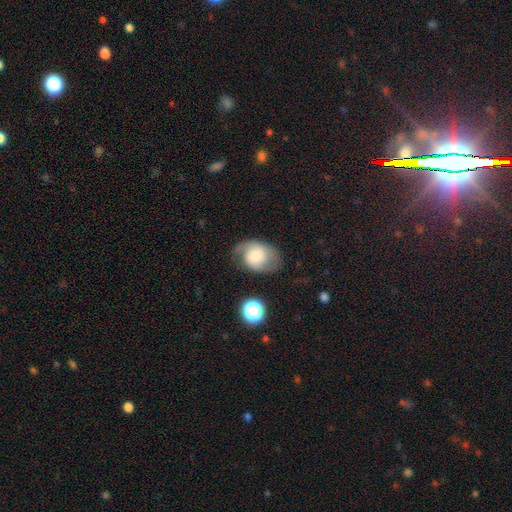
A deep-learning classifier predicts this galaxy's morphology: smooth_or_featured: featured or disk (p=0.53) [alt: smooth p=0.38]
disk_edge_on: no (p=0.96) [alt: yes p=0.04]
bar: no (p=0.65) [alt: weak p=0.30]
has_spiral_arms: yes (p=0.87) [alt: no p=0.13]
bulge_size: moderate (p=0.46) [alt: small p=0.31]
merging: none (p=0.56) [alt: minor disturbance p=0.27]